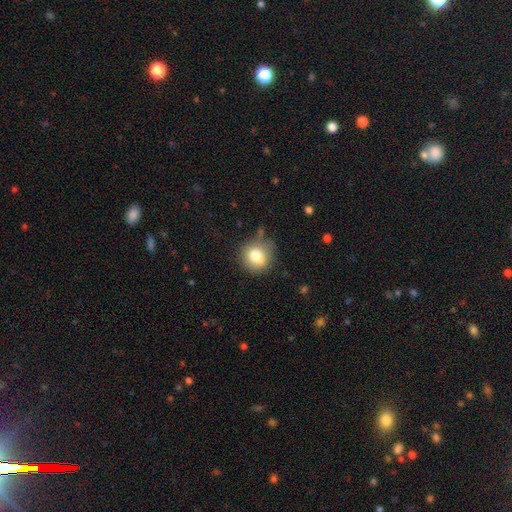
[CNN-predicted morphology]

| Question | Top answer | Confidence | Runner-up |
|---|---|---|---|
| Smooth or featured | smooth | 79% | featured or disk (11%) |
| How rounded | round | 88% | in between (11%) |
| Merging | none | 75% | minor disturbance (17%) |